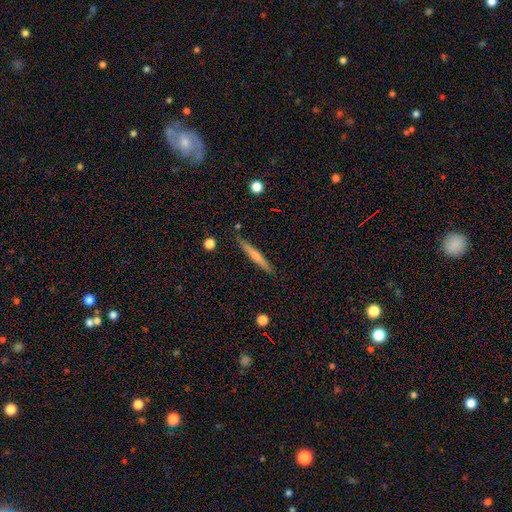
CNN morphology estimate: Smooth or featured? Predicted: smooth (p=0.58). How rounded? Predicted: cigar-shaped (p=0.95). Merging? Predicted: none (p=0.87).